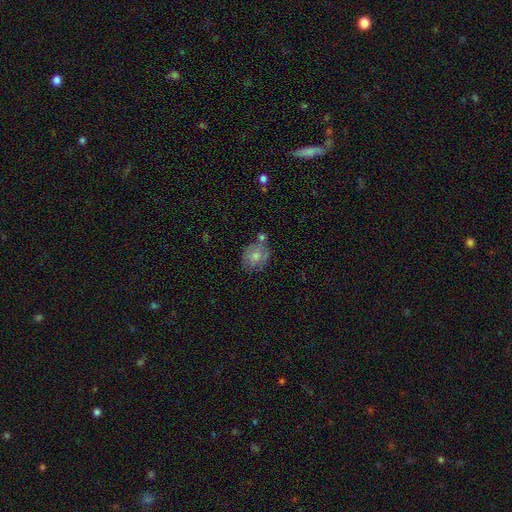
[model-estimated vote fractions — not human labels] Morphology: type=smooth (68%); roundness=in between (51%); merging=none (52%).